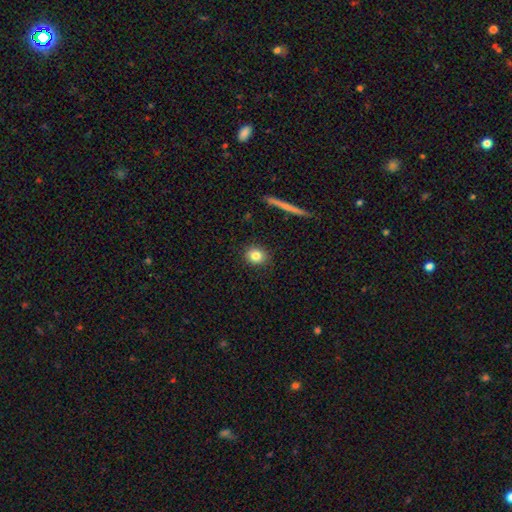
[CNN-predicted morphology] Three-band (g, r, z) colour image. It shows a smooth galaxy with no disk features (83%) that is round (77%). Merging: none (89%).